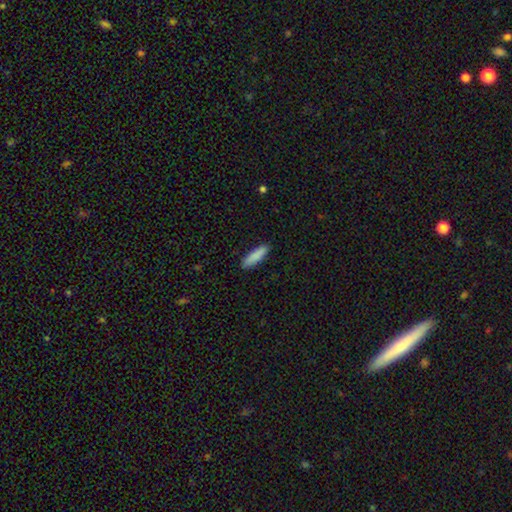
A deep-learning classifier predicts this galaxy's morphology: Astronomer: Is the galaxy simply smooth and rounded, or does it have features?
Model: smooth — 88%.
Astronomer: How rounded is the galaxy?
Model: cigar-shaped — 66%.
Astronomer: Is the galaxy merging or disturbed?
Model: none — 89%.